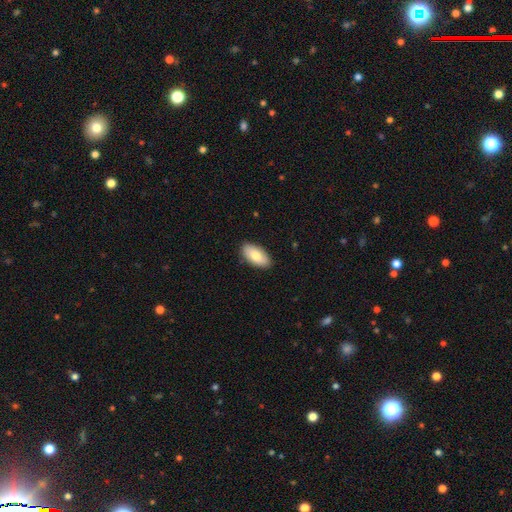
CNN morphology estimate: Smooth or featured: smooth — 78% (featured or disk — 16%)
How rounded: in between — 94% (cigar-shaped — 4%)
Merging: none — 87% (minor disturbance — 10%)